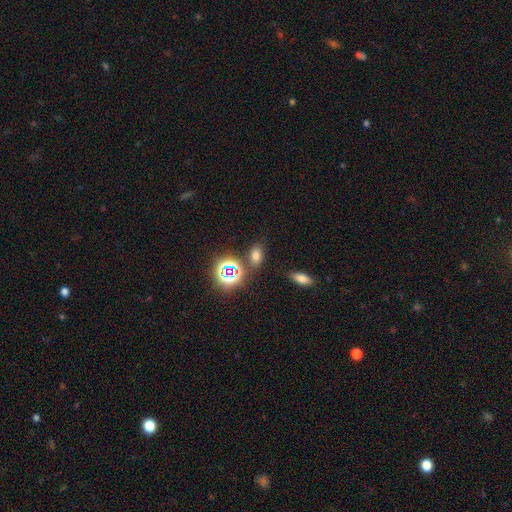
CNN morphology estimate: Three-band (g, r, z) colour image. It shows a smooth galaxy with no disk features (66%) that is in between round and cigar-shaped (81%). Merging: none (78%).